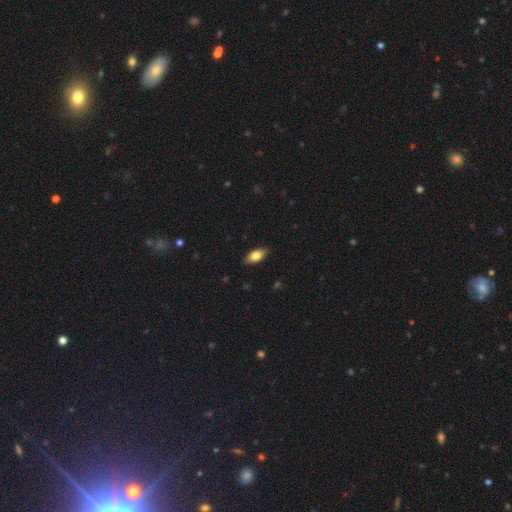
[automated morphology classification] Smooth or featured? smooth (79%)
How rounded? in between (89%)
Merging? none (88%)